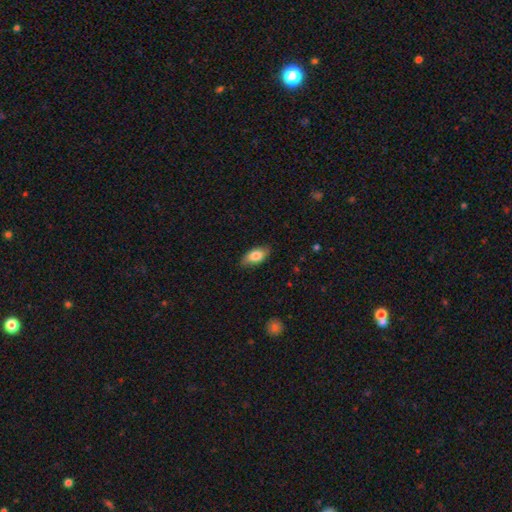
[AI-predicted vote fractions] smooth-or-featured: smooth: 81% | featured or disk: 12% | star or artifact: 6%
  how-rounded: in between: 89% | cigar-shaped: 7% | round: 4%
  merging: none: 82% | minor disturbance: 14% | major disturbance: 3% | merger: 1%